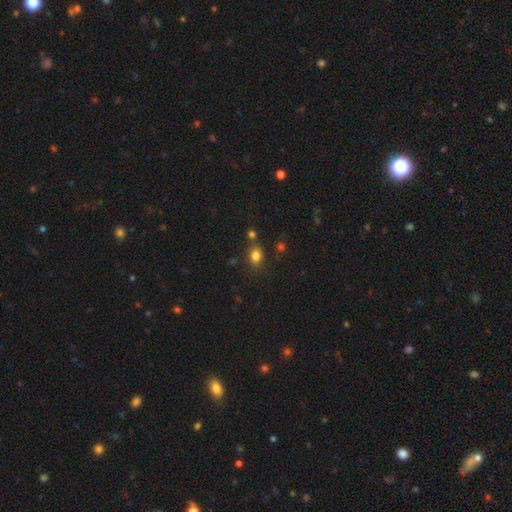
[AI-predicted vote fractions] This appears to be a smooth galaxy with no disk features (81%) that is in between round and cigar-shaped (56%). Merging: none (73%).